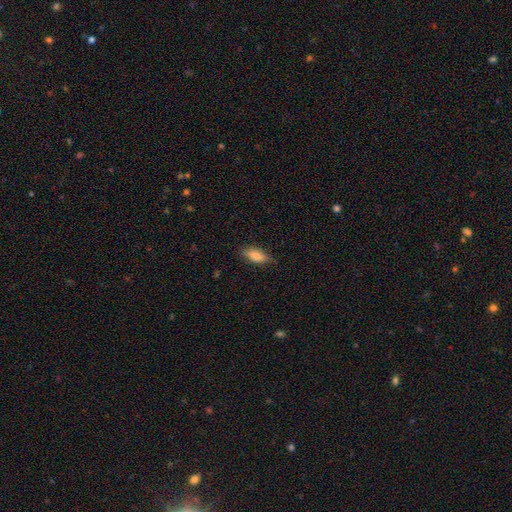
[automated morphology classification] A smooth galaxy with no disk features (77%) that is in between round and cigar-shaped (72%).

Vote fractions:
- Smooth or featured? smooth: 77% / featured or disk: 16% / star or artifact: 7%
- How rounded? in between: 72% / cigar-shaped: 26% / round: 2%
- Merging? none: 77% / minor disturbance: 19% / major disturbance: 3% / merger: 1%